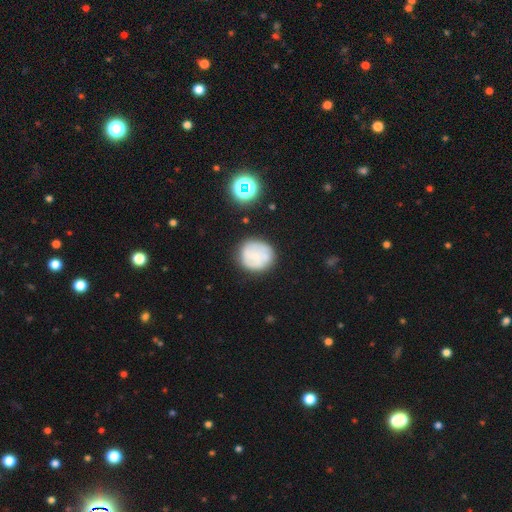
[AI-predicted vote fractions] Morphology: type=smooth (51%); roundness=round (83%); merging=none (70%).